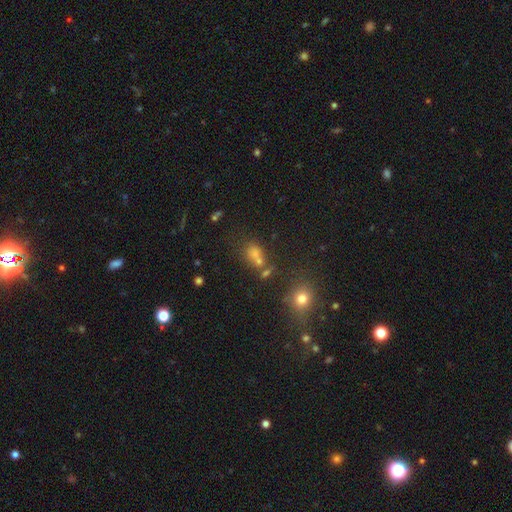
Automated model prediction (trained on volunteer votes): Q: Smooth or featured?
A: smooth (64%); runner-up: star or artifact (24%)
Q: How rounded?
A: in between (58%); runner-up: round (39%)
Q: Merging?
A: none (44%); runner-up: merger (35%)